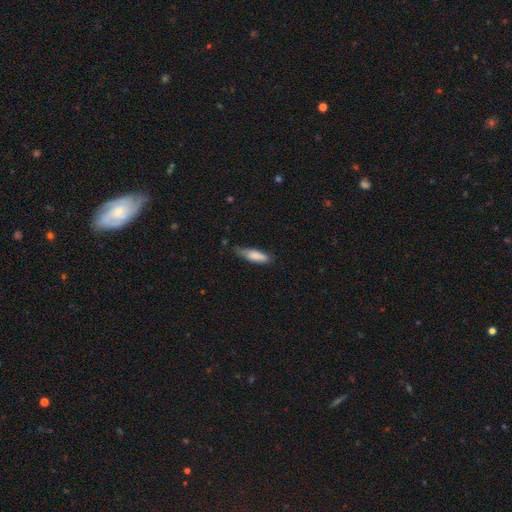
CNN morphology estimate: Smooth or featured? Predicted: smooth (p=0.81). How rounded? Predicted: cigar-shaped (p=0.54). Merging? Predicted: none (p=0.57).